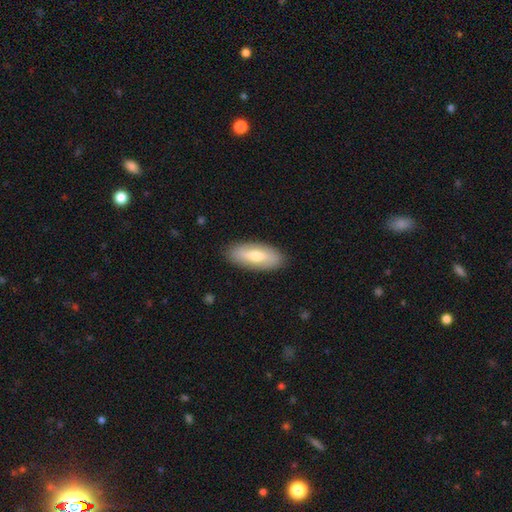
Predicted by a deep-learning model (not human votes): The model was most divided on "smooth or featured": smooth: 62%, featured or disk: 32%, star or artifact: 6%. More confident: merging — none (88%); how rounded — in between (80%).